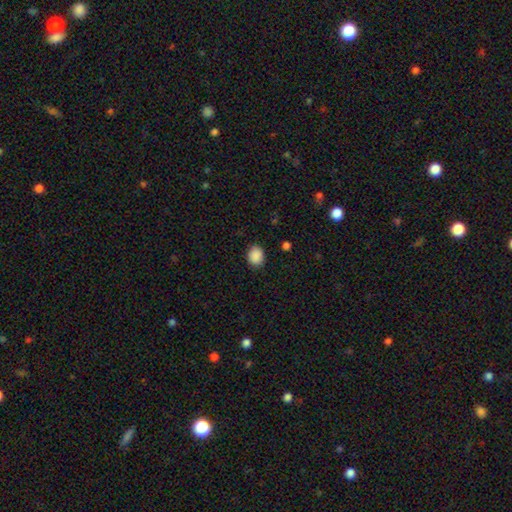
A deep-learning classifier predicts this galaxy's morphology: smooth-or-featured: smooth: 89% | star or artifact: 9% | featured or disk: 3%
  how-rounded: round: 58% | in between: 41% | cigar-shaped: 1%
  merging: none: 87% | minor disturbance: 10% | major disturbance: 3% | merger: 1%